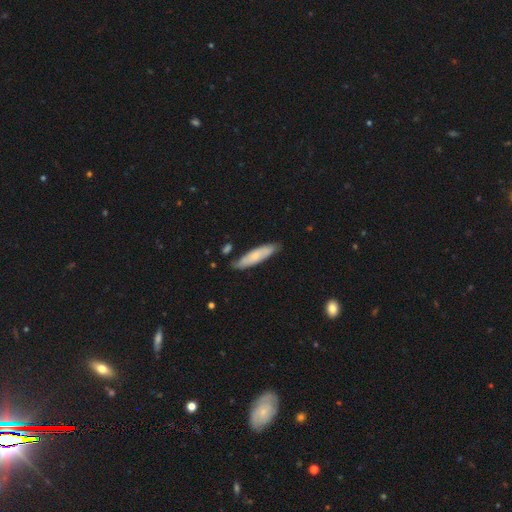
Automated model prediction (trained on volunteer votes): This appears to be a smooth galaxy with no disk features (61%) that is cigar-shaped (73%). Merging: none (78%).